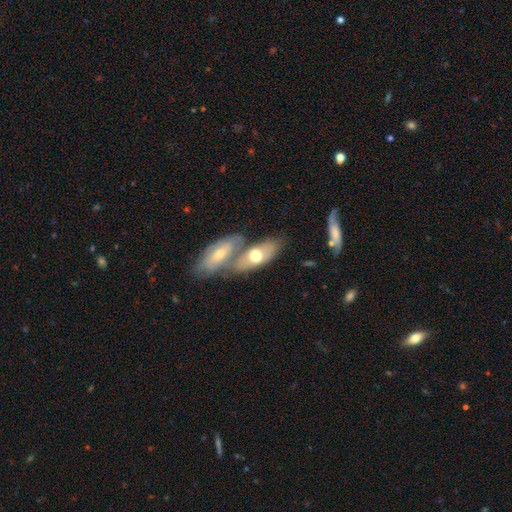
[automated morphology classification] smooth-or-featured: smooth: 57% | featured or disk: 38% | star or artifact: 5%
  how-rounded: in between: 82% | cigar-shaped: 15% | round: 4%
  merging: merger: 50% | none: 36% | minor disturbance: 11% | major disturbance: 4%